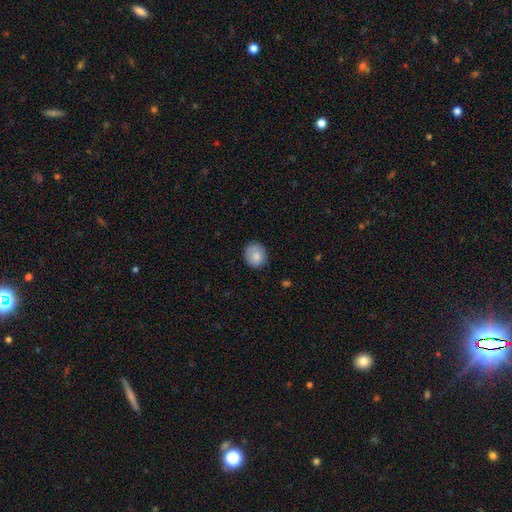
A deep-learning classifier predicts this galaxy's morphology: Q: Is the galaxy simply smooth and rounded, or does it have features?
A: smooth — 81%.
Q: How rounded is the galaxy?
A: round — 74%.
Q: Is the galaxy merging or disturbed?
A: none — 79%.